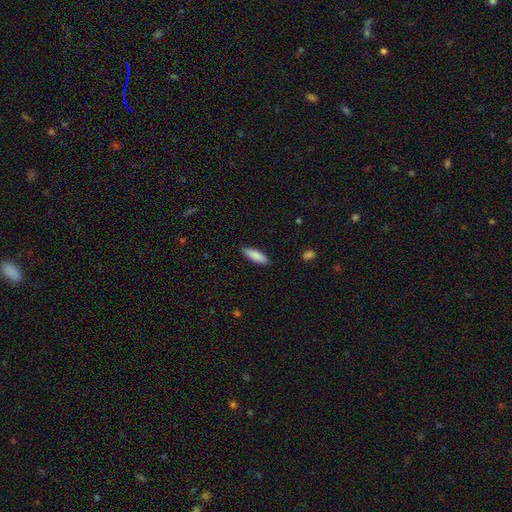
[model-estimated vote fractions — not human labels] This is clearly a smooth galaxy (87%). How rounded: possibly cigar-shaped (53%). Merging: clearly none (89%).